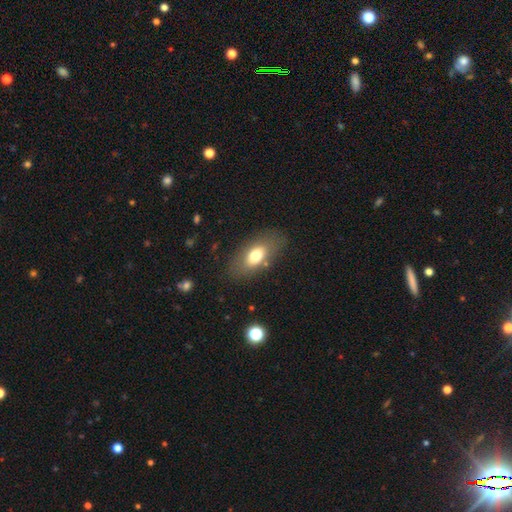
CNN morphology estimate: smooth_or_featured: smooth (p=0.69) [alt: featured or disk p=0.23]
how_rounded: in between (p=0.88) [alt: round p=0.06]
merging: none (p=0.79) [alt: minor disturbance p=0.13]